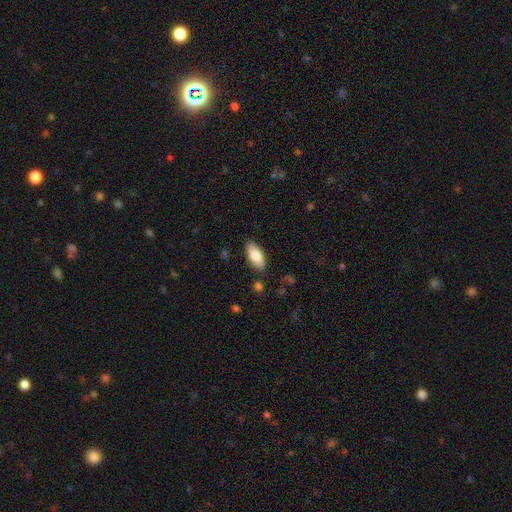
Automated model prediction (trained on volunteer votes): Smooth or featured?
  - smooth: 81% *
  - featured or disk: 13%
  - star or artifact: 6%
How rounded?
  - in between: 88% *
  - cigar-shaped: 10%
  - round: 2%
Merging?
  - none: 86% *
  - minor disturbance: 10%
  - major disturbance: 2%
  - merger: 2%